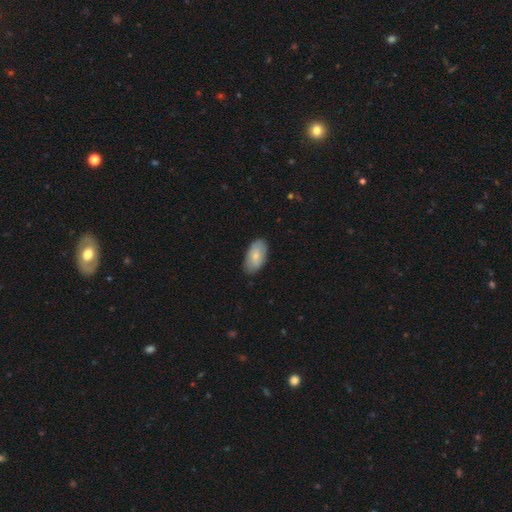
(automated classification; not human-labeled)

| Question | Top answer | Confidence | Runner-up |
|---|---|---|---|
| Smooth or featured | smooth | 74% | featured or disk (20%) |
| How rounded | in between | 95% | round (3%) |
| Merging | none | 83% | minor disturbance (13%) |